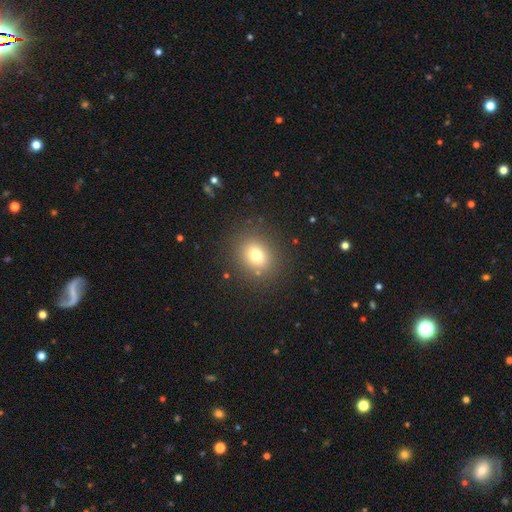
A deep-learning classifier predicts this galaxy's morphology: This is likely a smooth galaxy (74%). How rounded: likely round (66%). Merging: clearly none (86%).